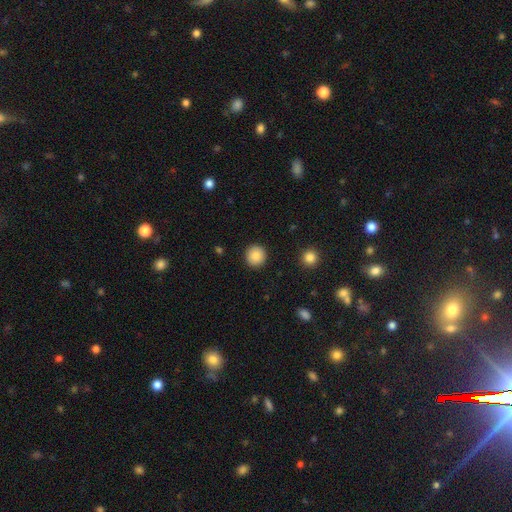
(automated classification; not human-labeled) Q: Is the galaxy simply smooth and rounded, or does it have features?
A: smooth — 88%.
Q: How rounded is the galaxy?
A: round — 93%.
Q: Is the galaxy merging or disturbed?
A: none — 92%.